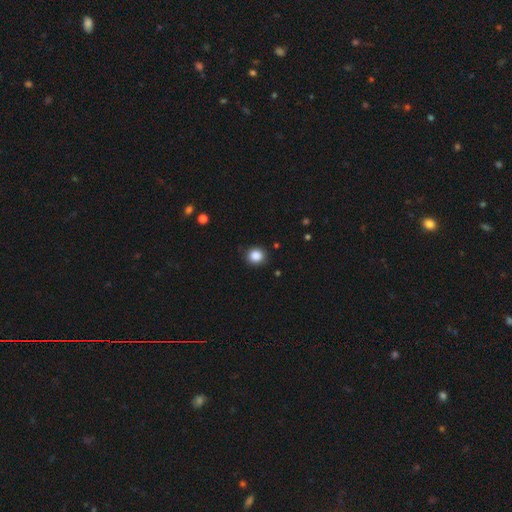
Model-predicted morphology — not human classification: Smooth or featured: smooth — 87% (star or artifact — 10%)
How rounded: round — 87% (in between — 12%)
Merging: none — 87% (minor disturbance — 10%)